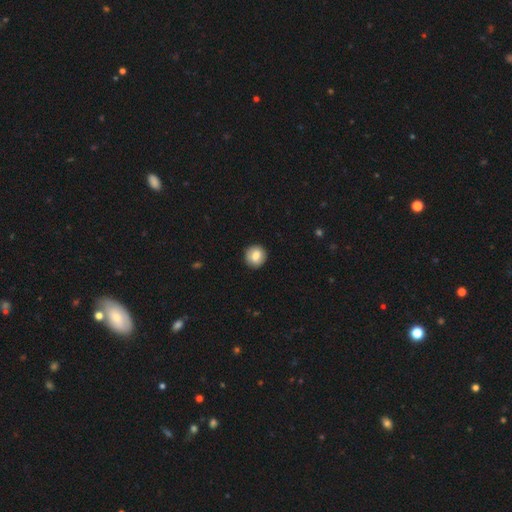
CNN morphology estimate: A smooth galaxy with no disk features (79%) that is round (91%). Merging: none (91%).